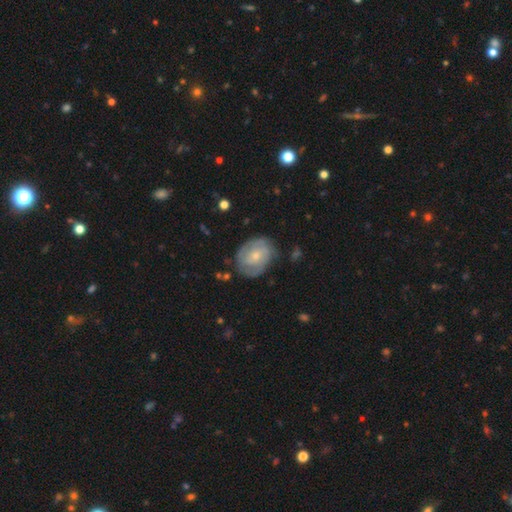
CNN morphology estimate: This appears to be a featured or disk galaxy (64%) with no bar (66%), 2 (45%) tight (53%) spiral arms (82%) and a small central bulge (65%). Merging: none (72%).